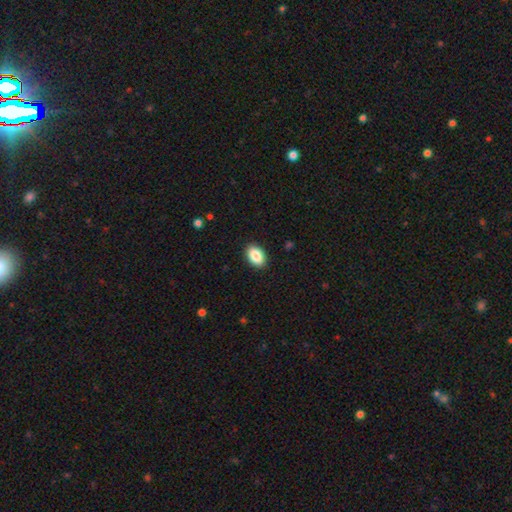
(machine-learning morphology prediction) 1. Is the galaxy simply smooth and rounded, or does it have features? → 88% smooth, 7% star or artifact, 5% featured or disk.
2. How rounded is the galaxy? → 88% in between, 10% round, 1% cigar-shaped.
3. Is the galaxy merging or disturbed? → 90% none, 7% minor disturbance, 2% major disturbance, 1% merger.